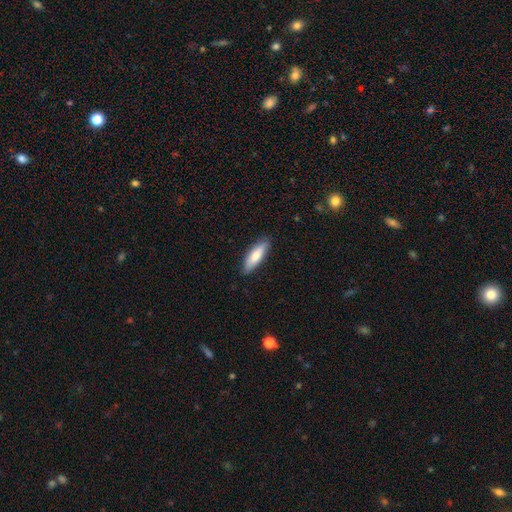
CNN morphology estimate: smooth-or-featured: smooth: 72% | featured or disk: 22% | star or artifact: 6%
  how-rounded: cigar-shaped: 52% | in between: 47% | round: 2%
  merging: none: 86% | minor disturbance: 11% | major disturbance: 2% | merger: 1%